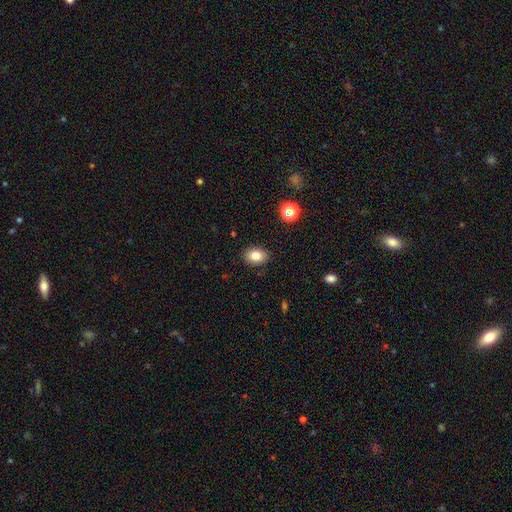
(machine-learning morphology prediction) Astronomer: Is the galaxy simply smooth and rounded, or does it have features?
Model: smooth — 82%.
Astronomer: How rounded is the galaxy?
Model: in between — 71%.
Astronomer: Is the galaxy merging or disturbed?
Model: none — 88%.